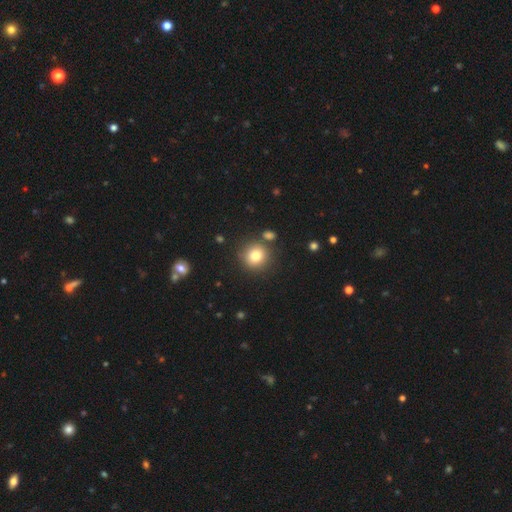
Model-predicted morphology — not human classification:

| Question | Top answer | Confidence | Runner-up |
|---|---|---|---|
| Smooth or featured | smooth | 80% | star or artifact (11%) |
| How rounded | round | 91% | in between (8%) |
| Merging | none | 81% | minor disturbance (8%) |